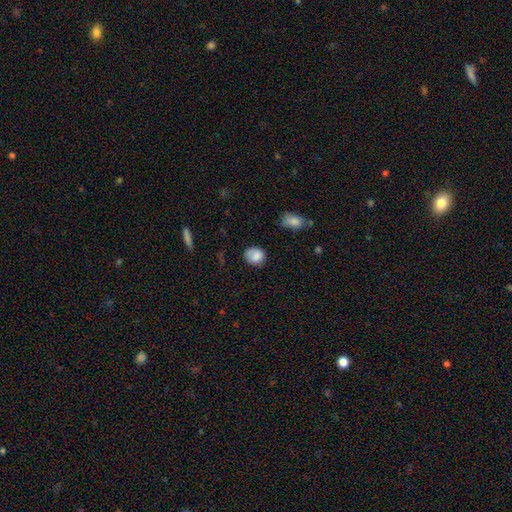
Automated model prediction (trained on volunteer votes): Q: Smooth or featured?
A: smooth (84%); runner-up: star or artifact (8%)
Q: How rounded?
A: round (64%); runner-up: in between (35%)
Q: Merging?
A: none (67%); runner-up: minor disturbance (24%)